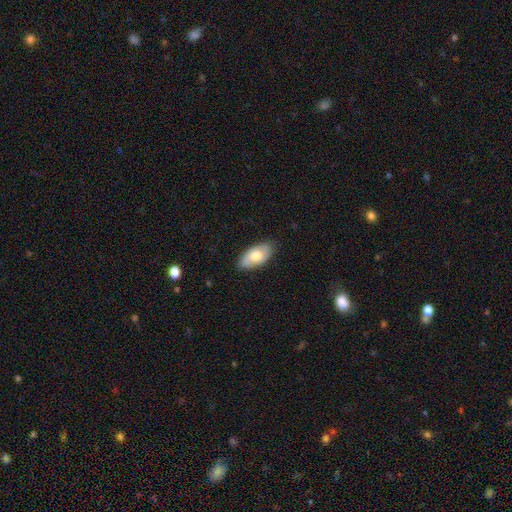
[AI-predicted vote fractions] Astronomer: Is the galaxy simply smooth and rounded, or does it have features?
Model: smooth — 63%.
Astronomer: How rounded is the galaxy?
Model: in between — 93%.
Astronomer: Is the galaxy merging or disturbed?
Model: none — 80%.